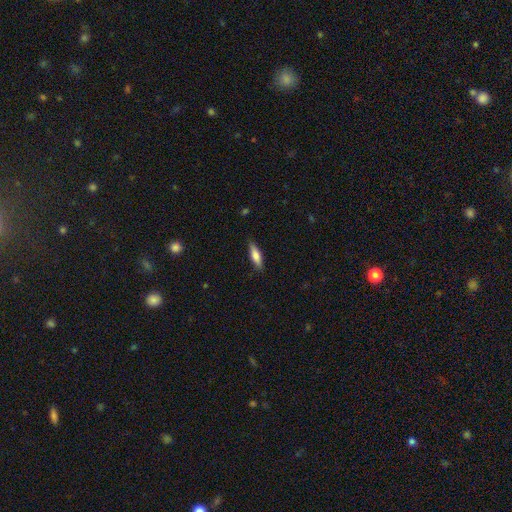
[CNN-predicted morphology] The model was most divided on "how rounded": cigar-shaped: 58%, in between: 40%, round: 2%. More confident: merging — none (86%); smooth or featured — smooth (72%).